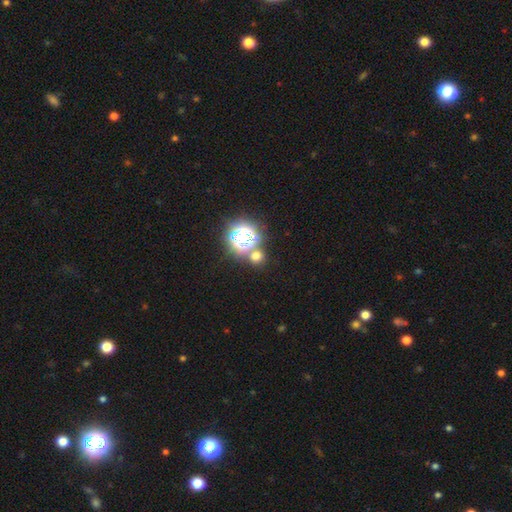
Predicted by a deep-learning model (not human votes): This is possibly a smooth galaxy (54%). How rounded: clearly round (85%). Merging: likely none (72%).